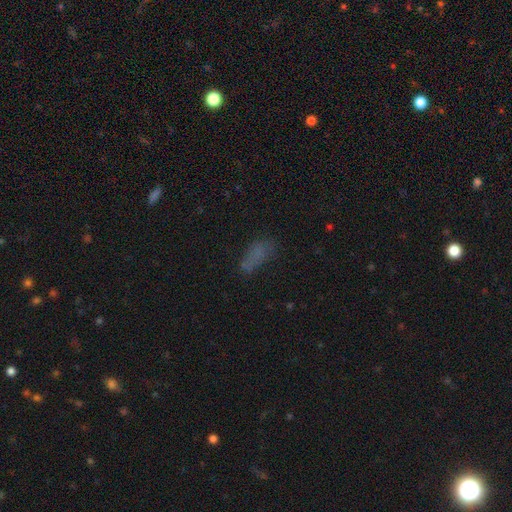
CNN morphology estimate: This appears to be a smooth galaxy with no disk features (67%) that is in between round and cigar-shaped (71%). Merging: none (59%).